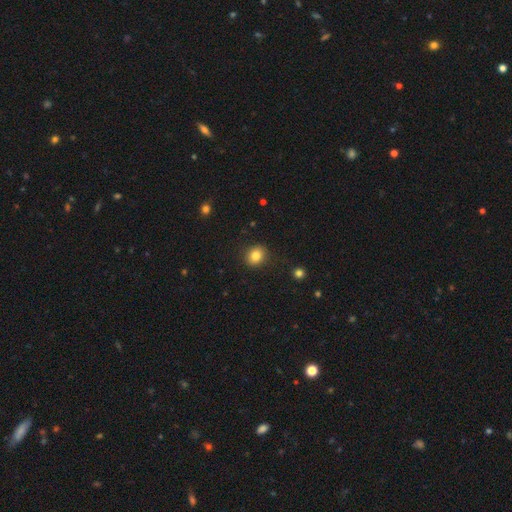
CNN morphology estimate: The model was most divided on "how rounded": round: 67%, in between: 33%, cigar-shaped: 1%. More confident: merging — none (88%); smooth or featured — smooth (83%).